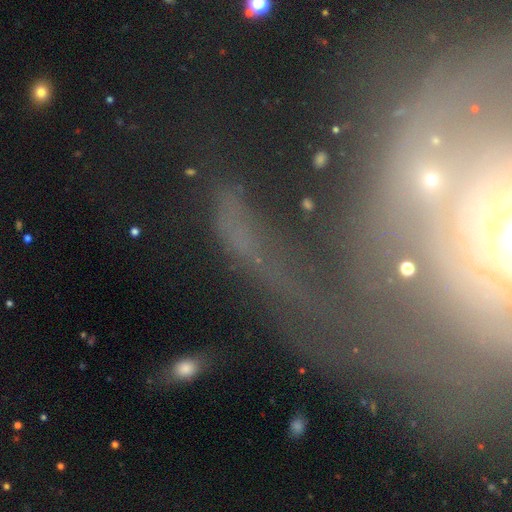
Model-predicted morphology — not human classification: smooth_or_featured: star or artifact (p=0.40) [alt: featured or disk p=0.37]